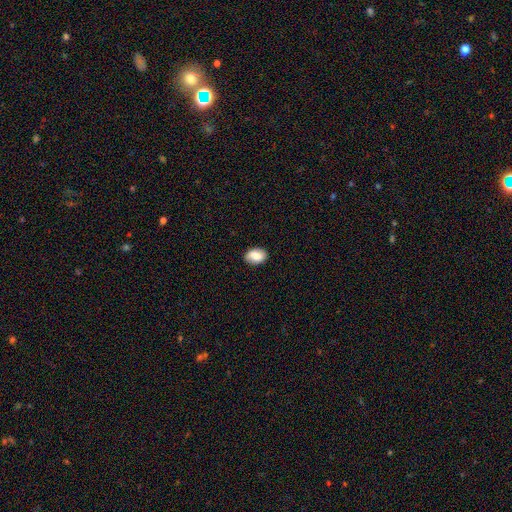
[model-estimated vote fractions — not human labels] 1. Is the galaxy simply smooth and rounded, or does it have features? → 81% smooth, 11% featured or disk, 8% star or artifact.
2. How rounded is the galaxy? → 81% in between, 17% round, 1% cigar-shaped.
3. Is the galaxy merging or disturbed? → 87% none, 10% minor disturbance, 2% major disturbance, 1% merger.